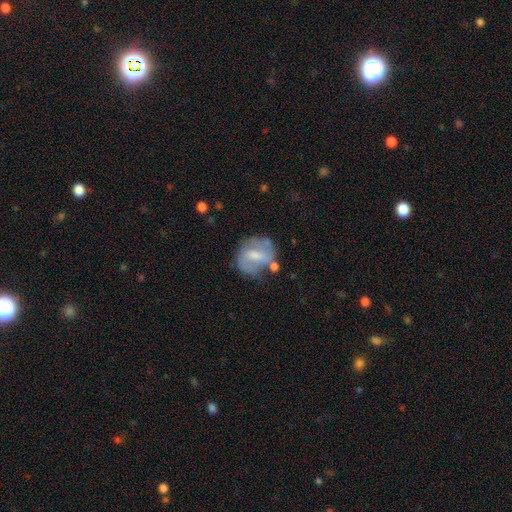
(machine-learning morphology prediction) A featured or disk galaxy (53%) with a weak bar (48%), spiral arms (54%) and a moderate central bulge (46%).

Vote fractions:
- Smooth or featured? featured or disk: 53% / smooth: 40% / star or artifact: 8%
- Edge-on disk? no: 95% / yes: 5%
- Bar? weak: 48% / strong: 30% / no: 23%
- Spiral arms? yes: 54% / no: 46%
- Bulge size? moderate: 46% / small: 35% / none: 11% / large: 6% / dominant: 1%
- Merging? none: 53% / minor disturbance: 25% / major disturbance: 13% / merger: 9%